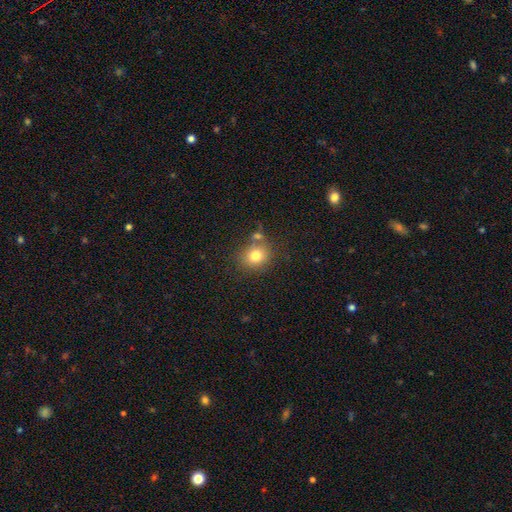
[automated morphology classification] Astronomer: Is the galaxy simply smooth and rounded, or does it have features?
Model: smooth — 78%.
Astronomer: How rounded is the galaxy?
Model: round — 74%.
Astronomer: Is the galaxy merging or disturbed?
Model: none — 66%.